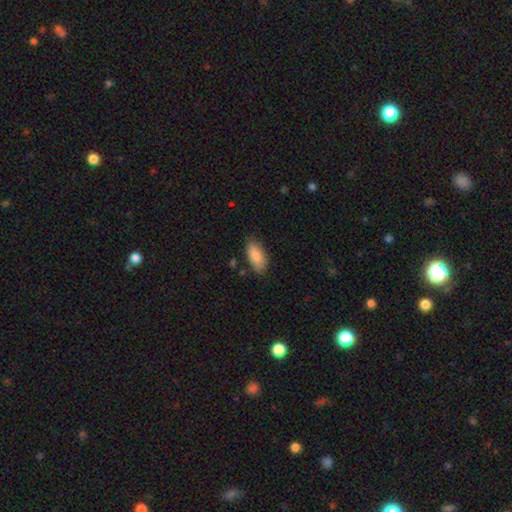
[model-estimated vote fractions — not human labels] smooth-or-featured: smooth: 86% | featured or disk: 8% | star or artifact: 6%
  how-rounded: in between: 89% | cigar-shaped: 9% | round: 2%
  merging: none: 78% | minor disturbance: 17% | major disturbance: 3% | merger: 2%